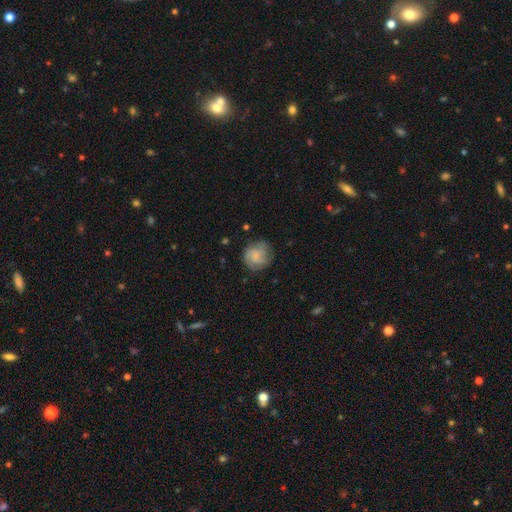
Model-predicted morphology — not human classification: This appears to be a smooth galaxy with no disk features (48%). Merging: none (75%).